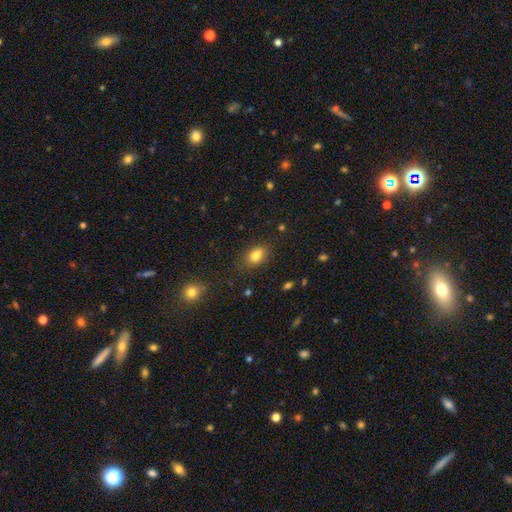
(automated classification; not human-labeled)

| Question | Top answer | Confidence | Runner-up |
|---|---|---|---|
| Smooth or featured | smooth | 81% | star or artifact (11%) |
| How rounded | in between | 79% | round (19%) |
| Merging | none | 78% | minor disturbance (15%) |